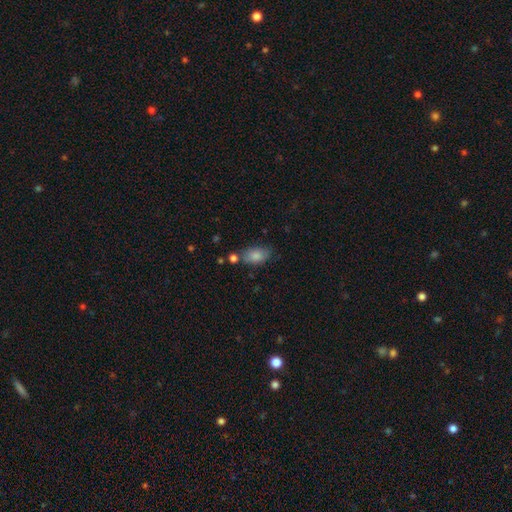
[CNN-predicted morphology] smooth_or_featured: smooth (p=0.84) [alt: featured or disk p=0.08]
how_rounded: in between (p=0.89) [alt: round p=0.08]
merging: none (p=0.63) [alt: minor disturbance p=0.20]